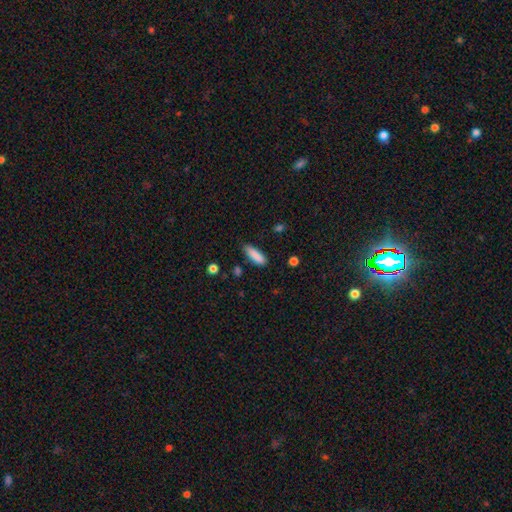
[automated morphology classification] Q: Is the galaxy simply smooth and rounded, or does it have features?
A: smooth — 87%.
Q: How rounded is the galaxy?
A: cigar-shaped — 57%.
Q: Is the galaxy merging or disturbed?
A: none — 79%.